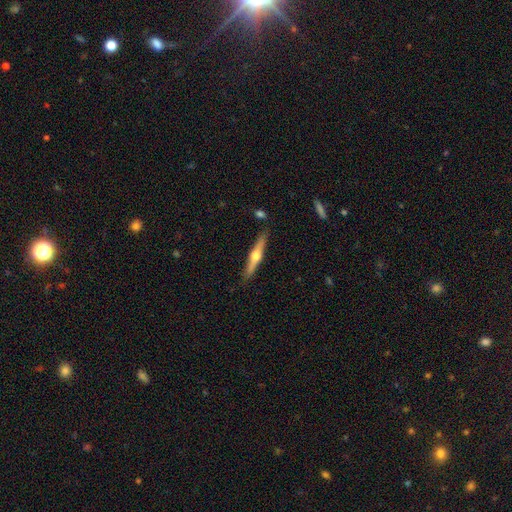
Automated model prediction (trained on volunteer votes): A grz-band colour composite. It shows a featured or disk galaxy (66%) viewed edge-on (97%) with a rounded central bulge (94%). Merging: none (86%).